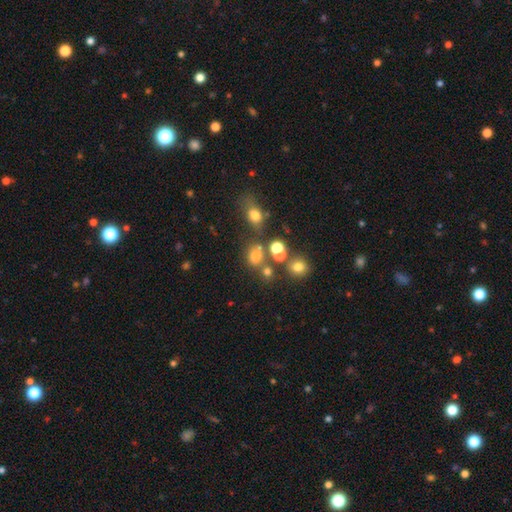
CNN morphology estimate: Smooth or featured? Predicted: smooth (p=0.65). How rounded? Predicted: round (p=0.59). Merging? Predicted: none (p=0.48).